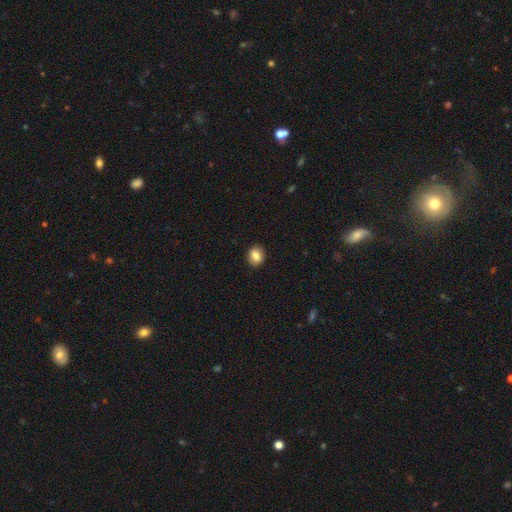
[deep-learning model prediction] Smooth or featured?
  - smooth: 84% *
  - star or artifact: 9%
  - featured or disk: 8%
How rounded?
  - round: 62% *
  - in between: 37%
  - cigar-shaped: 1%
Merging?
  - none: 91% *
  - minor disturbance: 7%
  - major disturbance: 2%
  - merger: 1%